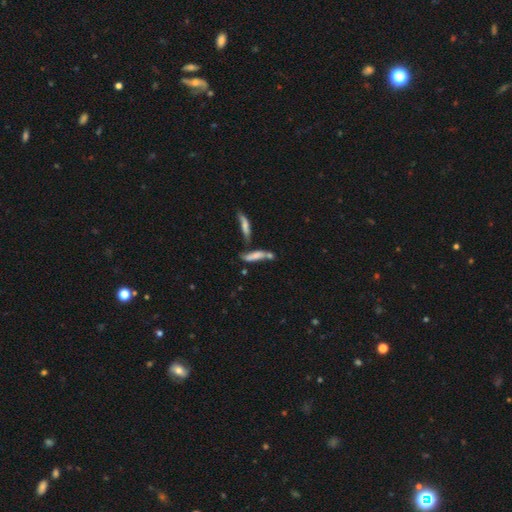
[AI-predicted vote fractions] The model was most divided on "merging": merger: 44%, none: 33%, minor disturbance: 14%, major disturbance: 9%. More confident: how rounded — cigar-shaped (67%); smooth or featured — smooth (58%).